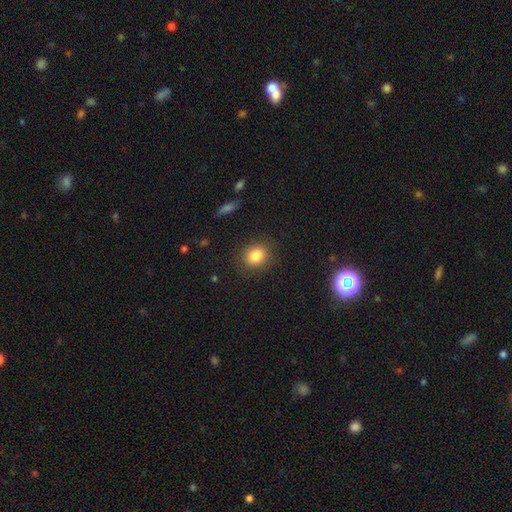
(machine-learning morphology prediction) smooth_or_featured: smooth (p=0.84) [alt: star or artifact p=0.10]
how_rounded: round (p=0.69) [alt: in between p=0.30]
merging: none (p=0.87) [alt: minor disturbance p=0.09]